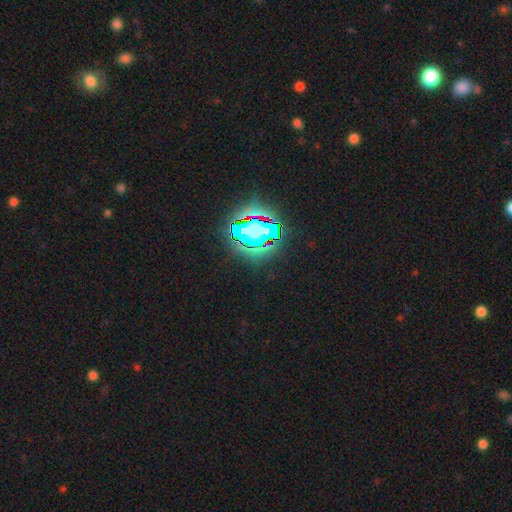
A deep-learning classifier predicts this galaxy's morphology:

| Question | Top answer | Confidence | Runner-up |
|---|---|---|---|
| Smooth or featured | star or artifact | 65% | smooth (20%) |